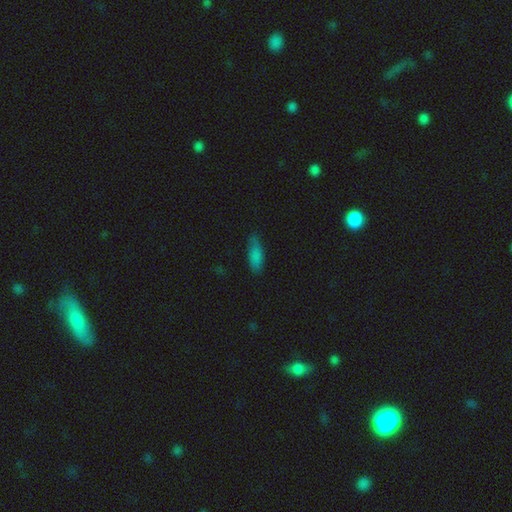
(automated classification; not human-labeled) Smooth or featured? Predicted: smooth (p=0.82). How rounded? Predicted: in between (p=0.72). Merging? Predicted: none (p=0.71).